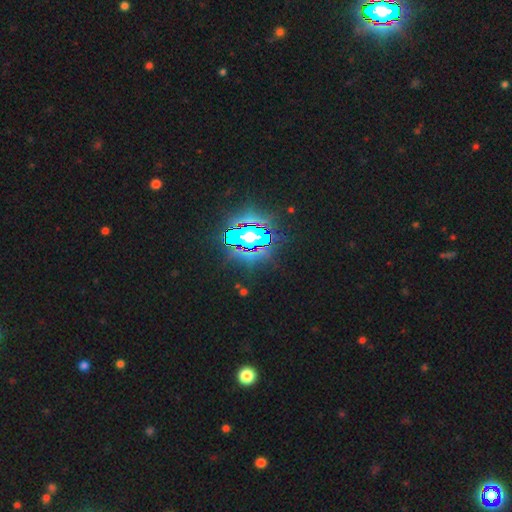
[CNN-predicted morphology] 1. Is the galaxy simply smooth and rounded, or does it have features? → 85% star or artifact, 9% smooth, 6% featured or disk.